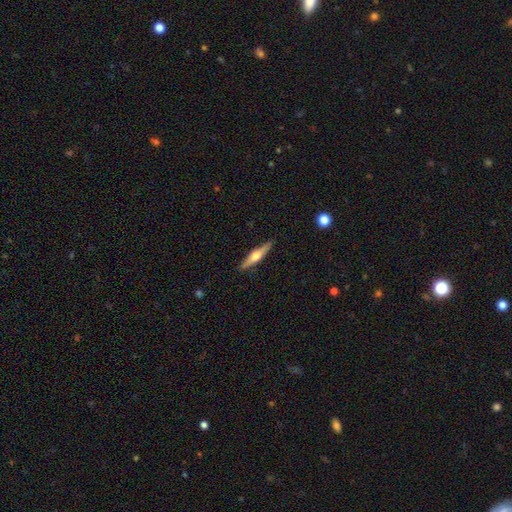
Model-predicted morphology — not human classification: A featured or disk galaxy (63%) viewed edge-on (97%) with a rounded central bulge (92%).

Vote fractions:
- Smooth or featured? featured or disk: 63% / smooth: 31% / star or artifact: 5%
- Edge-on disk? yes: 97% / no: 3%
- Edge-on bulge? rounded: 92% / boxy: 5% / none: 3%
- Merging? none: 90% / minor disturbance: 7% / major disturbance: 2% / merger: 1%